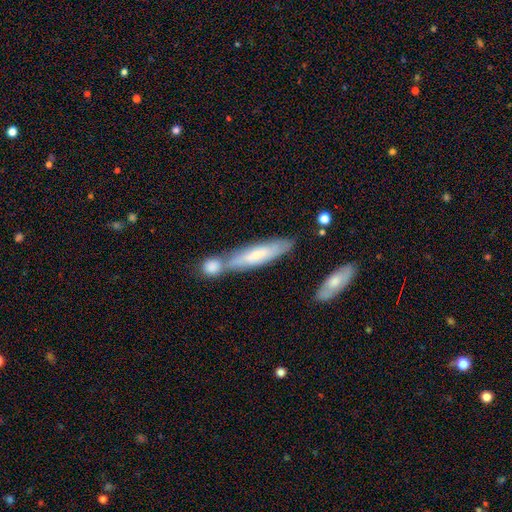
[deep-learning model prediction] Smooth or featured?
  - smooth: 51% *
  - featured or disk: 43%
  - star or artifact: 6%
How rounded?
  - cigar-shaped: 78% *
  - in between: 21%
  - round: 2%
Merging?
  - none: 45% *
  - merger: 37%
  - minor disturbance: 14%
  - major disturbance: 4%